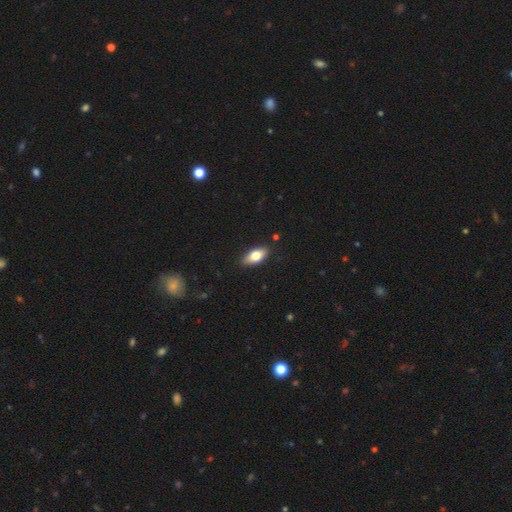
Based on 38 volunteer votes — A smooth galaxy with no disk features (68%) that is in between round and cigar-shaped (88%).

Vote fractions:
- Smooth or featured? smooth: 68% / featured or disk: 24% / star or artifact: 8%
- How rounded? in between: 88% / cigar-shaped: 12% / round: 0%
- Merging? none: 91% / major disturbance: 6% / minor disturbance: 3% / merger: 0%